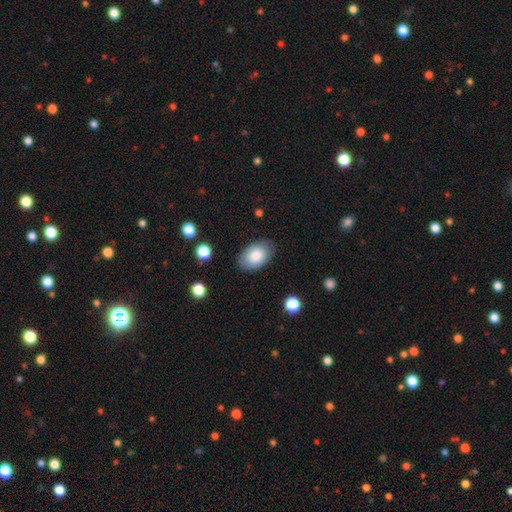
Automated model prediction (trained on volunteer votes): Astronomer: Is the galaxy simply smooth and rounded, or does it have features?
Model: smooth — 84%.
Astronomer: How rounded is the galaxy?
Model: in between — 90%.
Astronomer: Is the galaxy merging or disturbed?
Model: none — 83%.